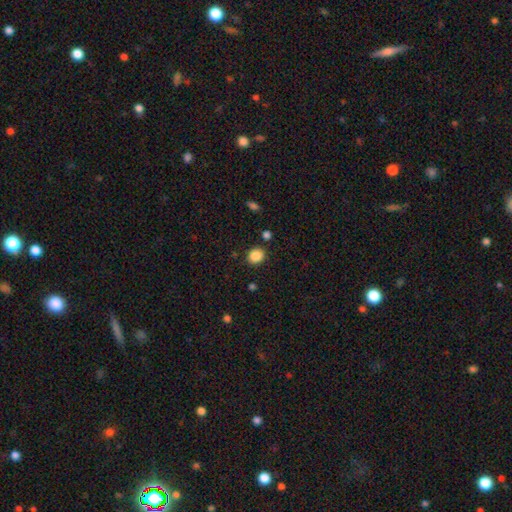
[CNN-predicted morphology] A smooth galaxy with no disk features (87%) that is round (70%). Merging: none (85%).